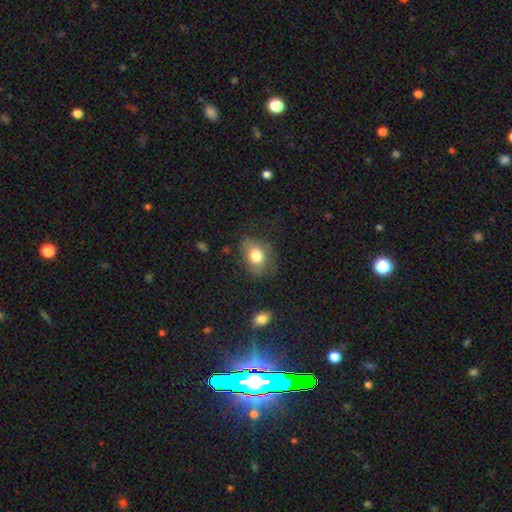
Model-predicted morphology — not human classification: smooth-or-featured: smooth: 74% | featured or disk: 17% | star or artifact: 9%
  how-rounded: in between: 64% | round: 35% | cigar-shaped: 1%
  merging: none: 65% | minor disturbance: 23% | major disturbance: 10% | merger: 2%